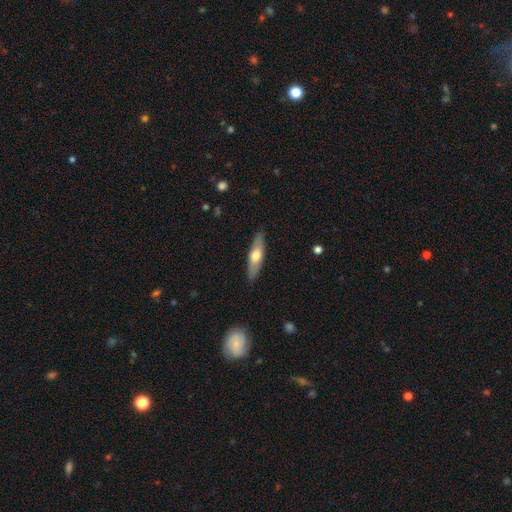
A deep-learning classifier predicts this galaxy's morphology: A smooth galaxy with no disk features (54%) that is cigar-shaped (64%). Merging: none (88%).